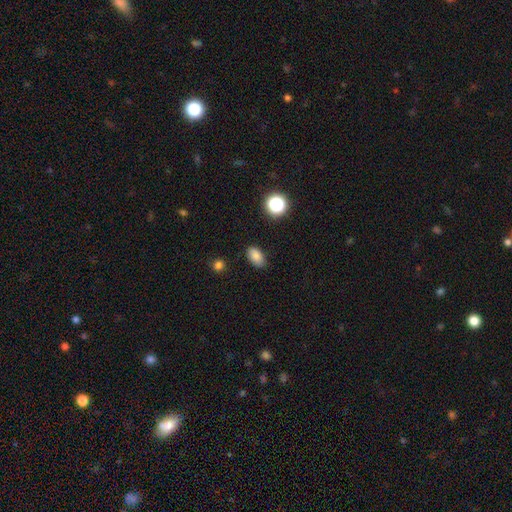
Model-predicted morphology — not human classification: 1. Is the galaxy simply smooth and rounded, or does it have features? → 84% smooth, 11% star or artifact, 6% featured or disk.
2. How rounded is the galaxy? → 91% in between, 8% round, 2% cigar-shaped.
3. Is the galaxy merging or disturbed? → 84% none, 12% minor disturbance, 3% major disturbance, 1% merger.